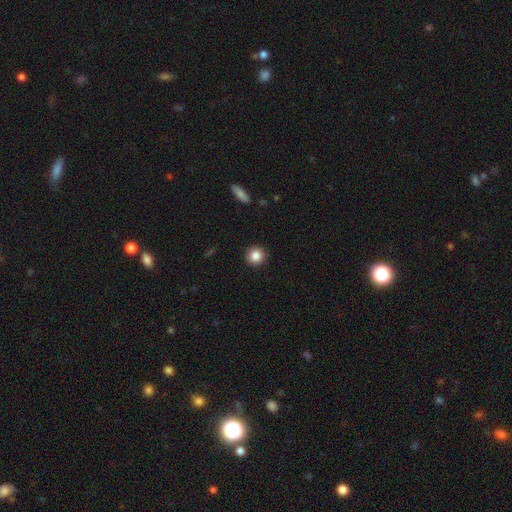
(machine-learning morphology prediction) A smooth galaxy with no disk features (86%) that is round (94%).

Vote fractions:
- Smooth or featured? smooth: 86% / star or artifact: 10% / featured or disk: 5%
- How rounded? round: 94% / in between: 5% / cigar-shaped: 1%
- Merging? none: 92% / minor disturbance: 5% / major disturbance: 2% / merger: 1%